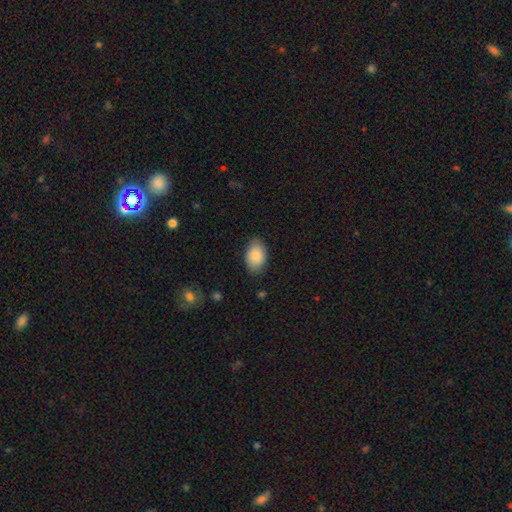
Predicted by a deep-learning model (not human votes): Q: Smooth or featured?
A: smooth (86%); runner-up: featured or disk (8%)
Q: How rounded?
A: in between (89%); runner-up: round (10%)
Q: Merging?
A: none (82%); runner-up: minor disturbance (14%)